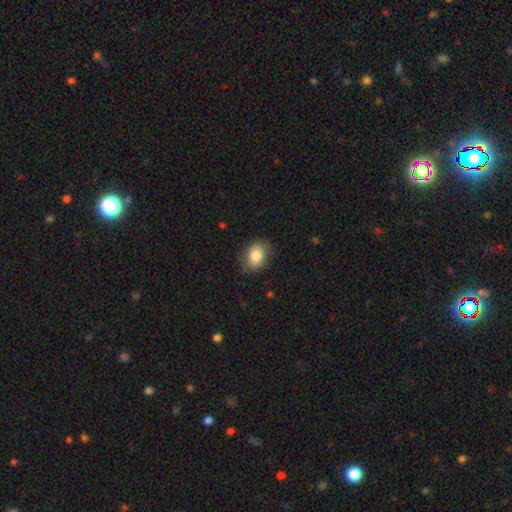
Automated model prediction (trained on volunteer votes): Overall: smooth (82%). How rounded: in between (69%; round 30%). Merging: none (81%).